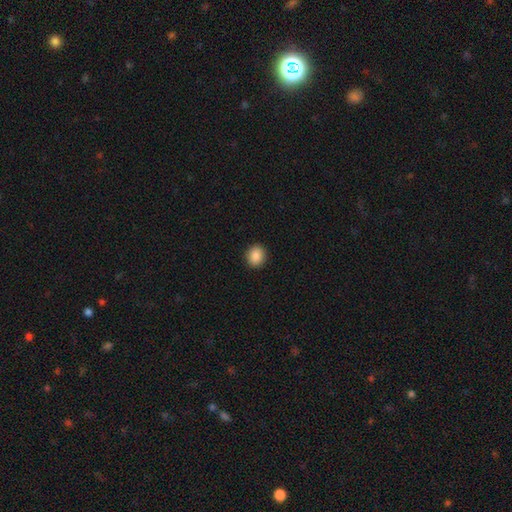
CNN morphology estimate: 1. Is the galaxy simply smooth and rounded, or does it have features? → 89% smooth, 9% star or artifact, 3% featured or disk.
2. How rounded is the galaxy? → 79% round, 20% in between, 1% cigar-shaped.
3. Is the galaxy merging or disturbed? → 92% none, 6% minor disturbance, 2% major disturbance, 1% merger.